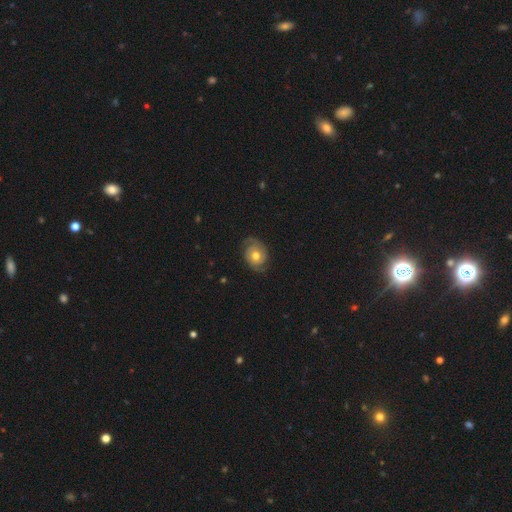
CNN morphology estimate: A featured or disk galaxy (78%) with no bar (80%), 2 (87%) tight (48%) spiral arms (94%) and a moderate central bulge (78%). Merging: none (78%).